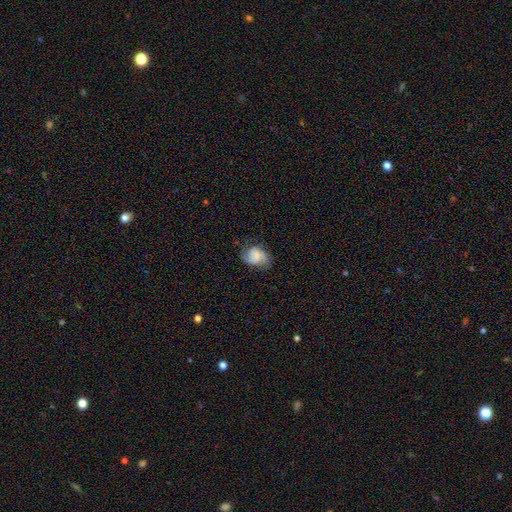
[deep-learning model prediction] This appears to be a featured or disk galaxy (51%). Merging: none (62%).